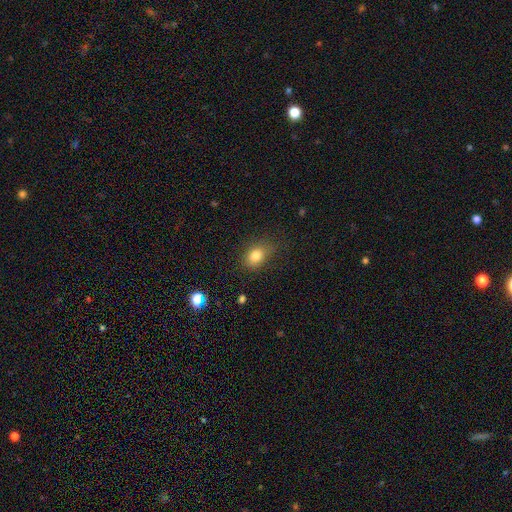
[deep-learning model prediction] Q: Smooth or featured?
A: smooth (81%); runner-up: star or artifact (11%)
Q: How rounded?
A: in between (66%); runner-up: round (33%)
Q: Merging?
A: none (71%); runner-up: minor disturbance (21%)